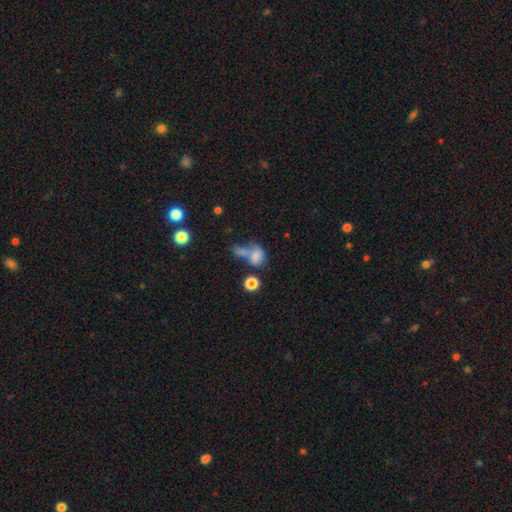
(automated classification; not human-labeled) This is likely a smooth galaxy (70%). How rounded: likely in between (67%). Merging: possibly merger (49%).